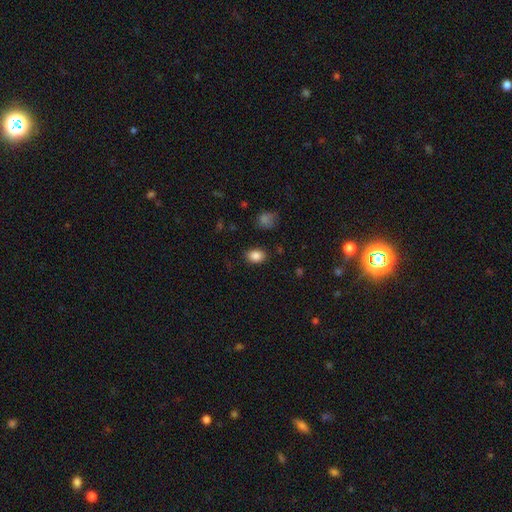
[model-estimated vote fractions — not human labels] The model was most divided on "how rounded": in between: 74%, round: 25%, cigar-shaped: 1%. More confident: merging — none (86%); smooth or featured — smooth (86%).